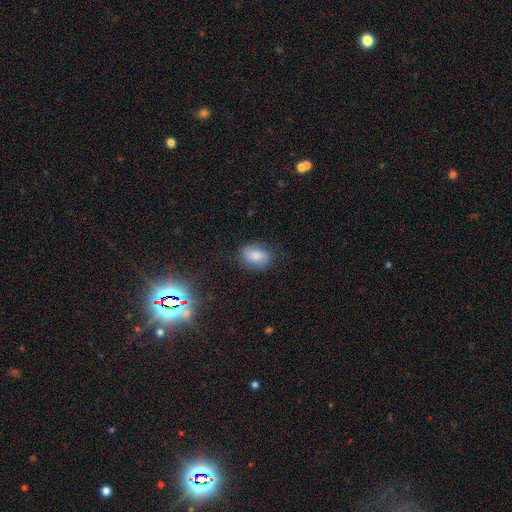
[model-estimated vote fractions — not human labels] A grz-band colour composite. It shows a smooth galaxy with no disk features (71%) that is in between round and cigar-shaped (79%). Merging: none (75%).